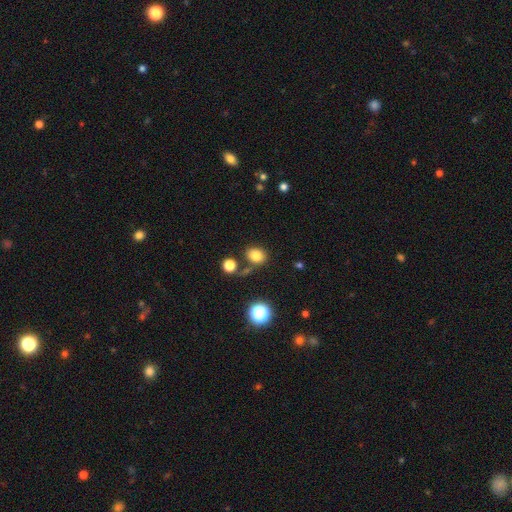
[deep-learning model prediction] A smooth galaxy with no disk features (79%) that is round (54%).

Vote fractions:
- Smooth or featured? smooth: 79% / star or artifact: 13% / featured or disk: 7%
- How rounded? round: 54% / in between: 45% / cigar-shaped: 1%
- Merging? none: 68% / merger: 14% / minor disturbance: 13% / major disturbance: 6%